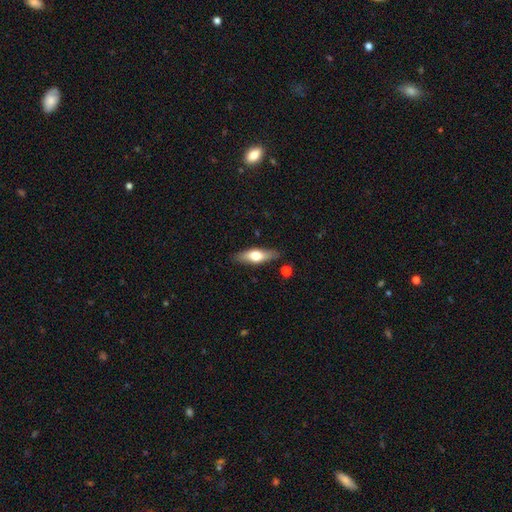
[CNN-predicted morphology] Smooth or featured: smooth — 55% (featured or disk — 39%)
How rounded: in between — 51% (cigar-shaped — 46%)
Merging: none — 84% (minor disturbance — 11%)